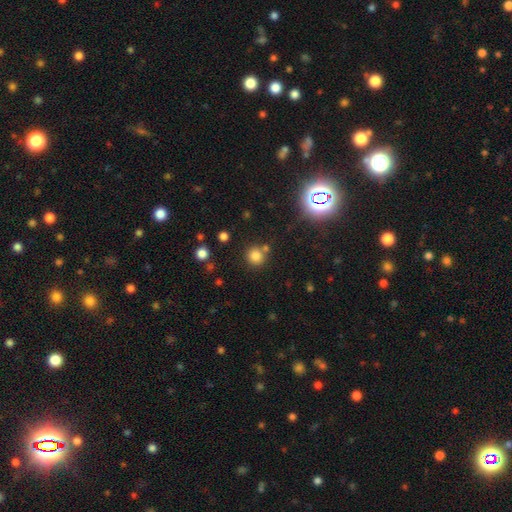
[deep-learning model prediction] Smooth or featured? Predicted: smooth (p=0.79). How rounded? Predicted: round (p=0.91). Merging? Predicted: none (p=0.75).